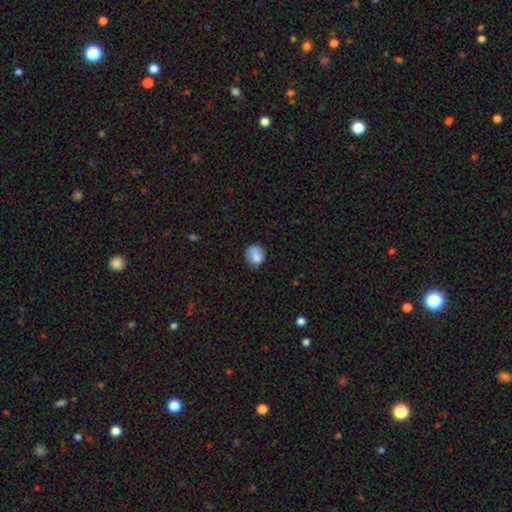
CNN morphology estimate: smooth_or_featured: smooth (p=0.80) [alt: featured or disk p=0.11]
how_rounded: round (p=0.74) [alt: in between p=0.25]
merging: none (p=0.65) [alt: minor disturbance p=0.25]